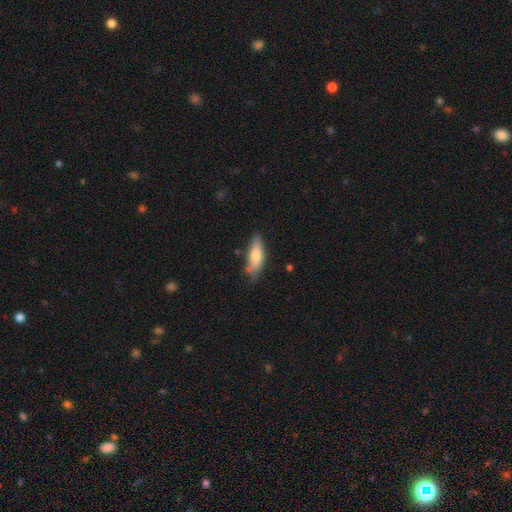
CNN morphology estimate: Smooth or featured? smooth (71%)
How rounded? in between (60%)
Merging? none (68%)